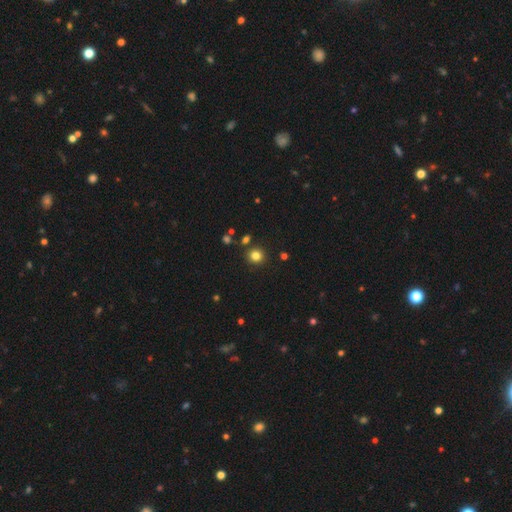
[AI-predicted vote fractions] The model was most divided on "smooth or featured": smooth: 81%, star or artifact: 14%, featured or disk: 5%. More confident: how rounded — round (90%); merging — none (88%).